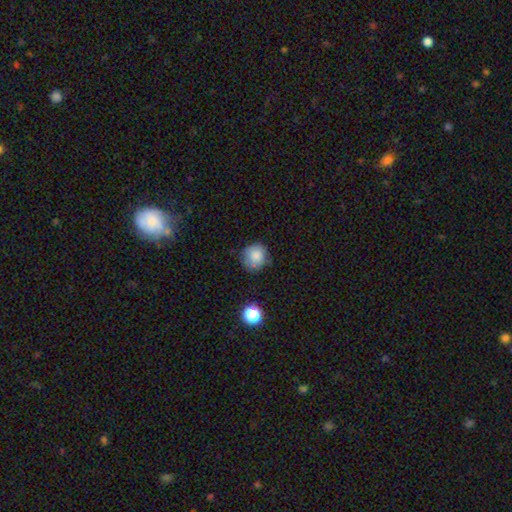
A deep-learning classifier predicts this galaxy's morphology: Overall: smooth (82%). How rounded: round (89%). Merging: none (74%).